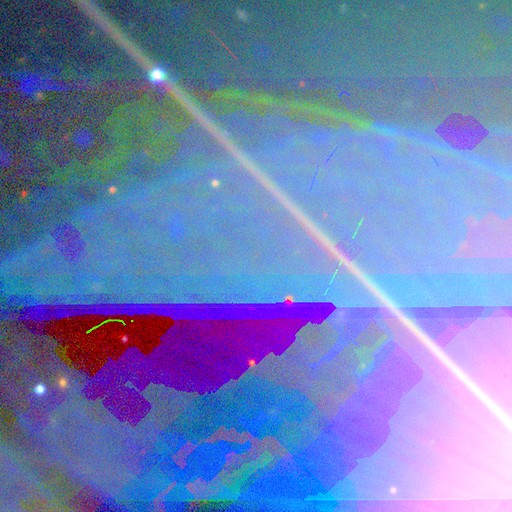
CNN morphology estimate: Smooth or featured: star or artifact — 90% (featured or disk — 6%)